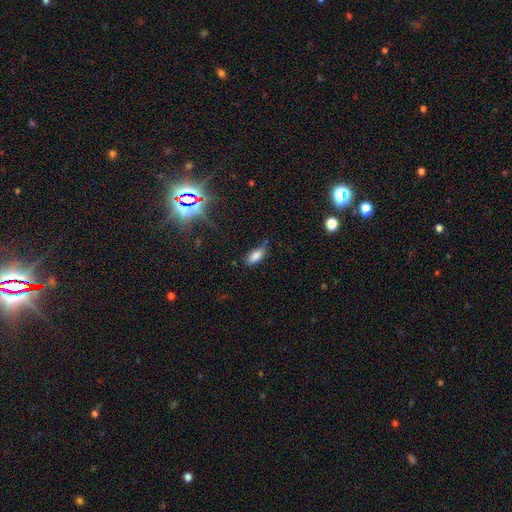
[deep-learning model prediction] A smooth galaxy with no disk features (81%) that is in between round and cigar-shaped (88%). Merging: none (62%).